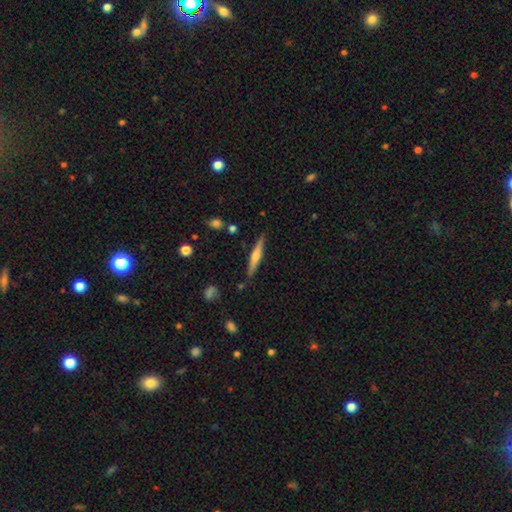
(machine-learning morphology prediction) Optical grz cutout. It shows a featured or disk galaxy (60%) viewed edge-on (97%) with a rounded central bulge (83%). Merging: none (86%).